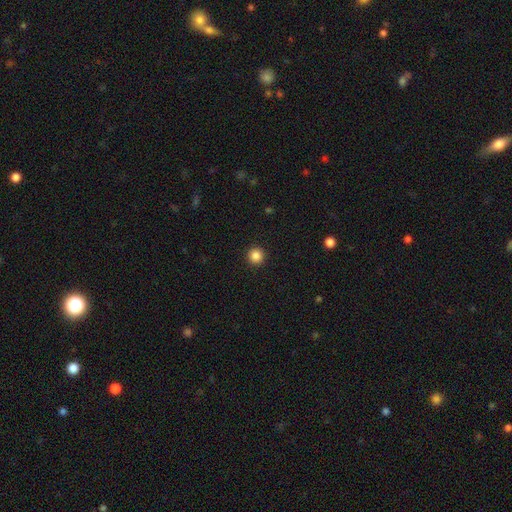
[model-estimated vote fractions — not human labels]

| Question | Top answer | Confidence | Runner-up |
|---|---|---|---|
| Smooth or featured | smooth | 86% | star or artifact (11%) |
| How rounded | round | 96% | in between (3%) |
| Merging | none | 93% | minor disturbance (4%) |